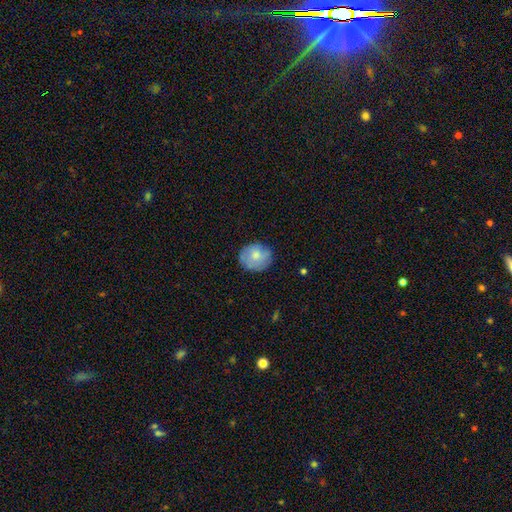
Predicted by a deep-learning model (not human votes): This appears to be a smooth galaxy with no disk features (72%) that is round (74%). Merging: none (80%).